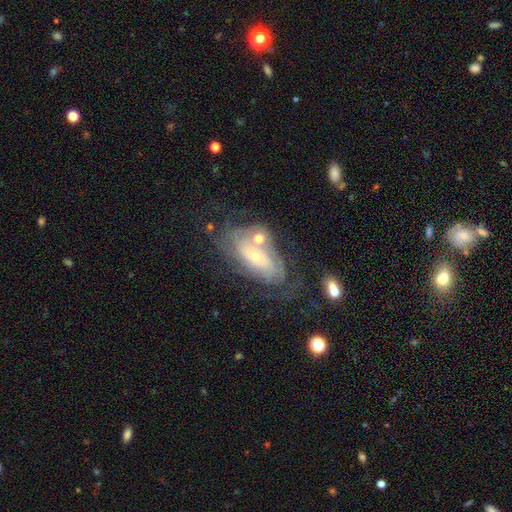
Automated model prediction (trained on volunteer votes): A featured or disk galaxy (74%) with no bar (72%), tight (67%) spiral arms (80%) and a small central bulge (69%). Merging: none (48%).